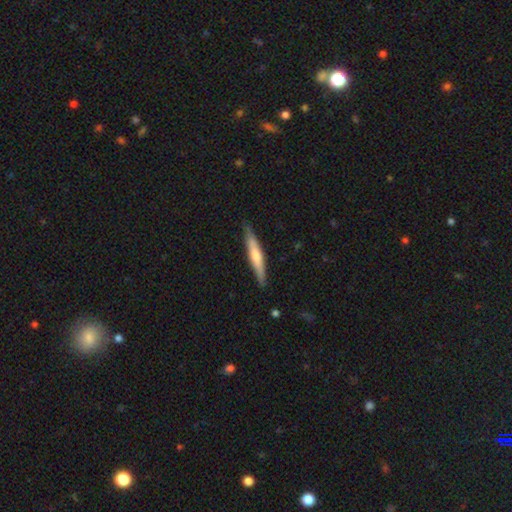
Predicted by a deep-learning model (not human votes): A smooth galaxy with no disk features (48%).

Vote fractions:
- Smooth or featured? smooth: 48% / featured or disk: 46% / star or artifact: 5%
- Merging? none: 87% / minor disturbance: 10% / major disturbance: 2% / merger: 1%